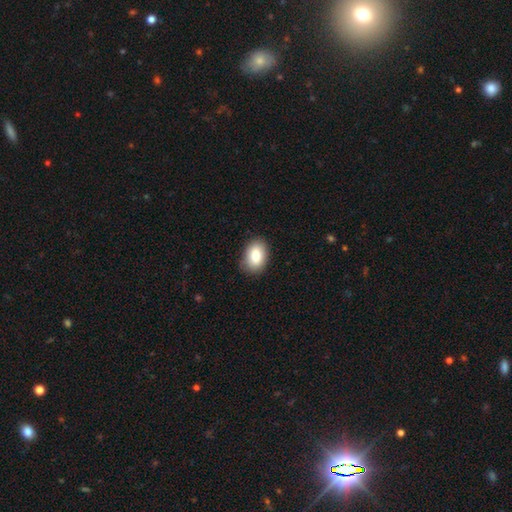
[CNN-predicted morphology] smooth_or_featured: smooth (p=0.84) [alt: featured or disk p=0.09]
how_rounded: in between (p=0.83) [alt: round p=0.15]
merging: none (p=0.84) [alt: minor disturbance p=0.12]